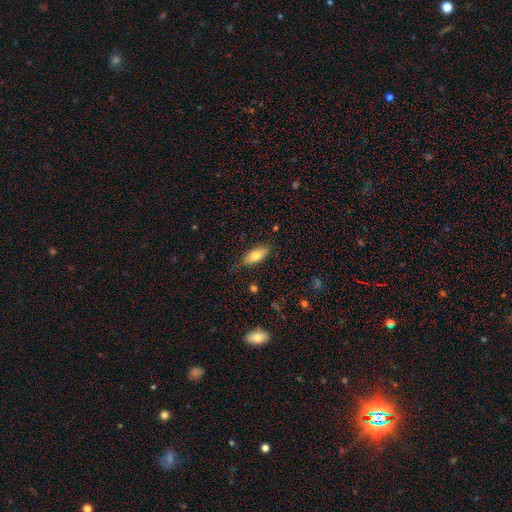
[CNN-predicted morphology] A smooth galaxy with no disk features (76%) that is in between round and cigar-shaped (77%).

Vote fractions:
- Smooth or featured? smooth: 76% / featured or disk: 18% / star or artifact: 7%
- How rounded? in between: 77% / cigar-shaped: 21% / round: 2%
- Merging? none: 81% / minor disturbance: 15% / major disturbance: 3% / merger: 1%